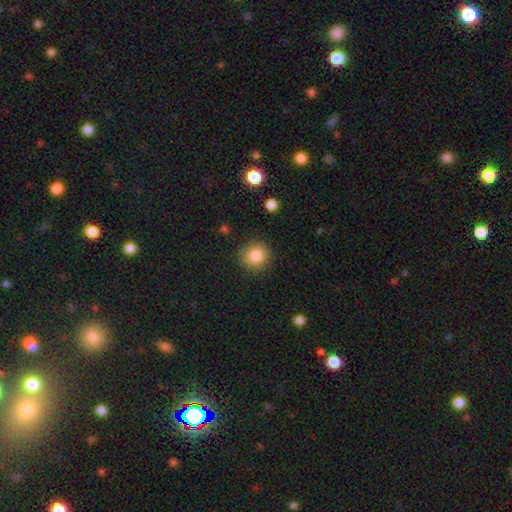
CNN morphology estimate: Overall: smooth (85%). How rounded: round (90%). Merging: none (88%).